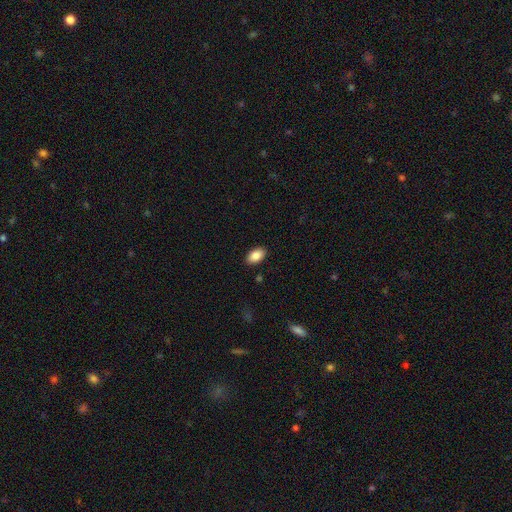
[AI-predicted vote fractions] This appears to be a smooth galaxy with no disk features (88%) that is in between round and cigar-shaped (93%). Merging: none (89%).